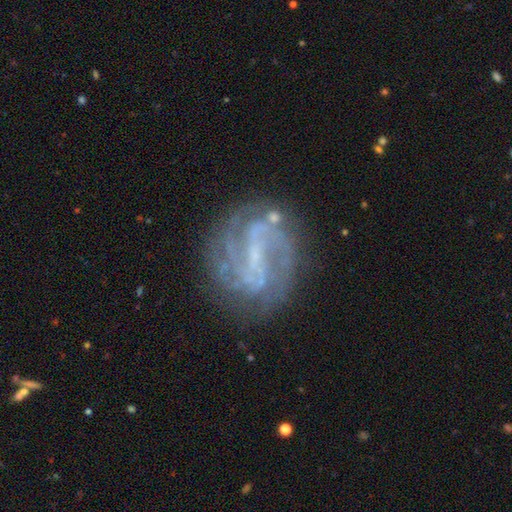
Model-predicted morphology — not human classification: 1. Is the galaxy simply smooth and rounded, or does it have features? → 85% featured or disk, 8% star or artifact, 7% smooth.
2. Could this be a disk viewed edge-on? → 97% no, 3% yes.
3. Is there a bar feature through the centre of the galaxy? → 44% strong, 41% weak, 16% no.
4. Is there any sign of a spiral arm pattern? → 92% yes, 8% no.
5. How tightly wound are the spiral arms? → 42% medium, 40% tight, 17% loose.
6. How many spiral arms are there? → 42% 2, 24% can't tell, 16% 3, 7% 4, 5% 1, 5% more than 4.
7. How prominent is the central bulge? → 53% small, 34% none, 10% moderate, 1% large, 1% dominant.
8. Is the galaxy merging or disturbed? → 72% none, 16% minor disturbance, 10% major disturbance, 3% merger.